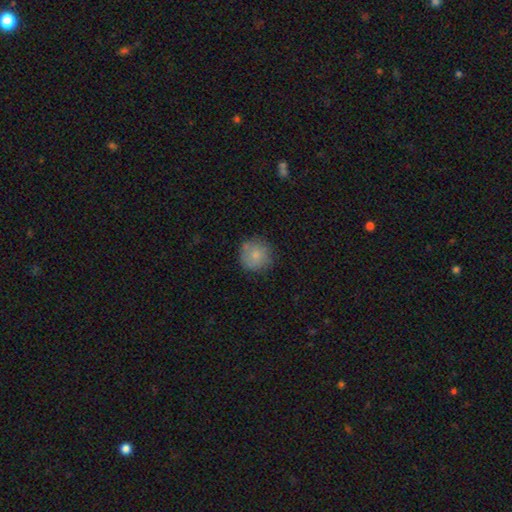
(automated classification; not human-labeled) Smooth or featured? Predicted: smooth (p=0.77). How rounded? Predicted: round (p=0.94). Merging? Predicted: none (p=0.77).